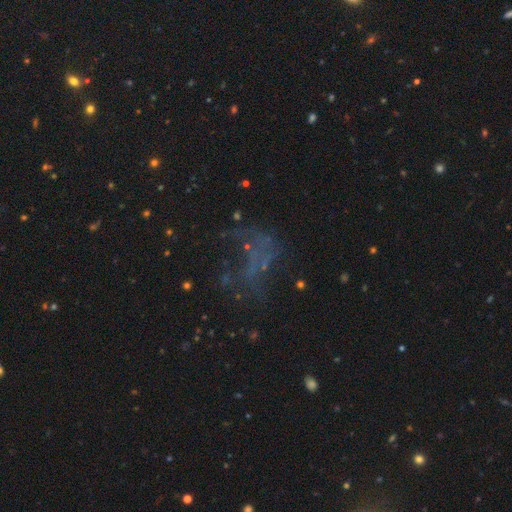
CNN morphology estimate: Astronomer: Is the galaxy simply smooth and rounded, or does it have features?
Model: star or artifact — 41% (runner-up: featured or disk, 36%).